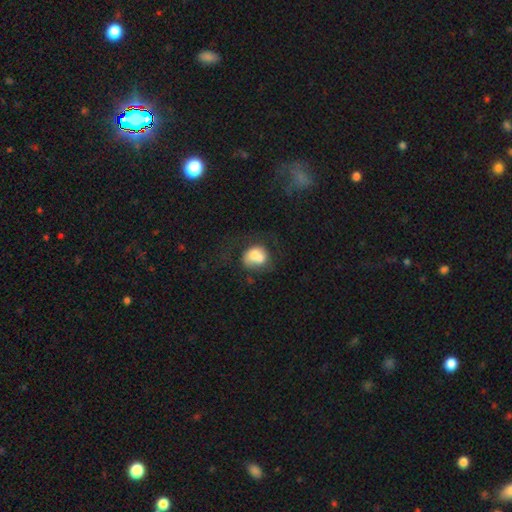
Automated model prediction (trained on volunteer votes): Smooth or featured: smooth — 67% (featured or disk — 25%)
How rounded: round — 57% (in between — 42%)
Merging: merger — 42% (none — 28%)